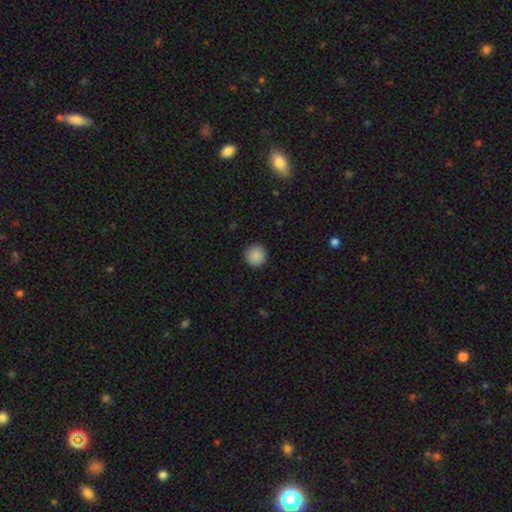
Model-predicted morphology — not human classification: Smooth or featured?
  - smooth: 89% *
  - star or artifact: 8%
  - featured or disk: 3%
How rounded?
  - round: 95% *
  - in between: 4%
  - cigar-shaped: 1%
Merging?
  - none: 92% *
  - minor disturbance: 6%
  - major disturbance: 2%
  - merger: 1%